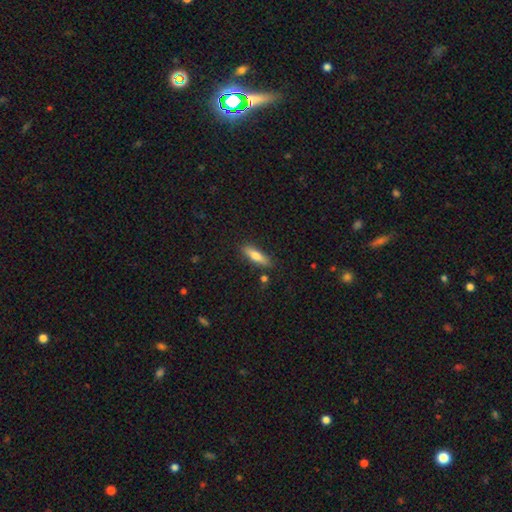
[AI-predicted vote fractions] A smooth galaxy with no disk features (69%) that is cigar-shaped (63%).

Vote fractions:
- Smooth or featured? smooth: 69% / featured or disk: 24% / star or artifact: 6%
- How rounded? cigar-shaped: 63% / in between: 35% / round: 2%
- Merging? none: 84% / minor disturbance: 11% / merger: 3% / major disturbance: 2%